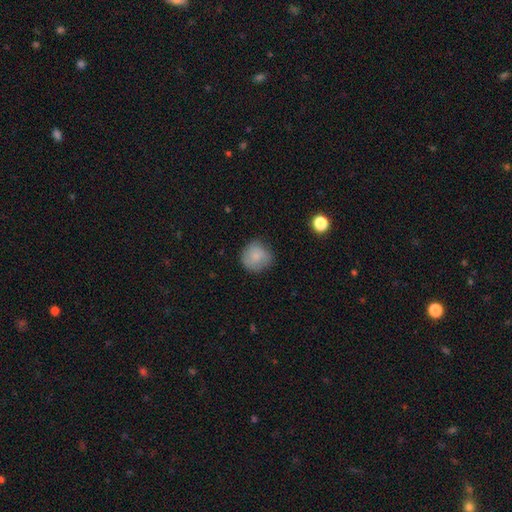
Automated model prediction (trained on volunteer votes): Overall: smooth (81%). How rounded: round (88%). Merging: none (72%).